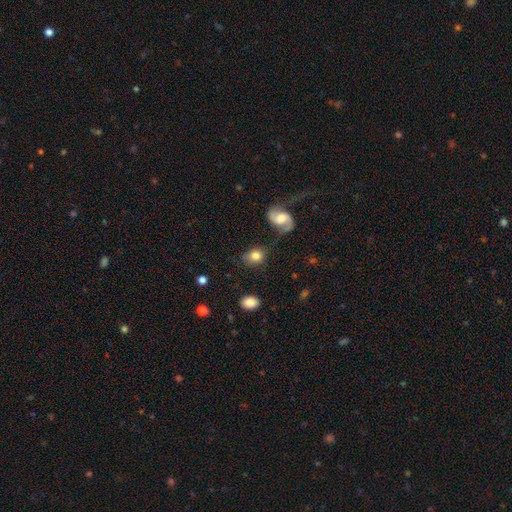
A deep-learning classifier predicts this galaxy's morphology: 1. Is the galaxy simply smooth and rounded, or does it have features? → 75% smooth, 17% featured or disk, 7% star or artifact.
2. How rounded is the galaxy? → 51% round, 48% in between, 1% cigar-shaped.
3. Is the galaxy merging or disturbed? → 70% none, 17% minor disturbance, 6% major disturbance, 6% merger.